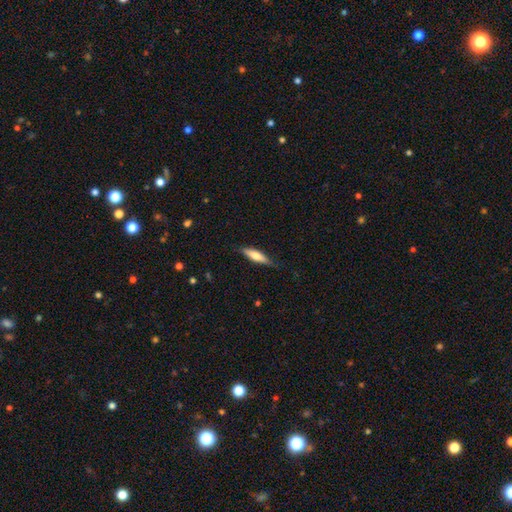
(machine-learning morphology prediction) Smooth or featured?
  - smooth: 60% *
  - featured or disk: 34%
  - star or artifact: 6%
How rounded?
  - cigar-shaped: 70% *
  - in between: 29%
  - round: 2%
Merging?
  - none: 77% *
  - minor disturbance: 18%
  - major disturbance: 3%
  - merger: 1%